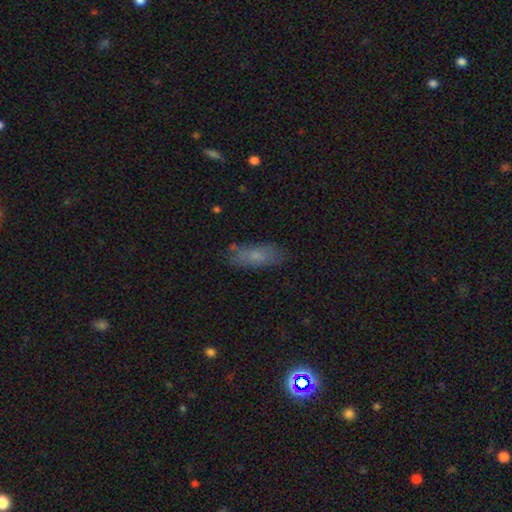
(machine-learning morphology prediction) smooth-or-featured: smooth: 72% | featured or disk: 19% | star or artifact: 9%
  how-rounded: in between: 69% | cigar-shaped: 28% | round: 3%
  merging: none: 73% | minor disturbance: 19% | major disturbance: 5% | merger: 3%